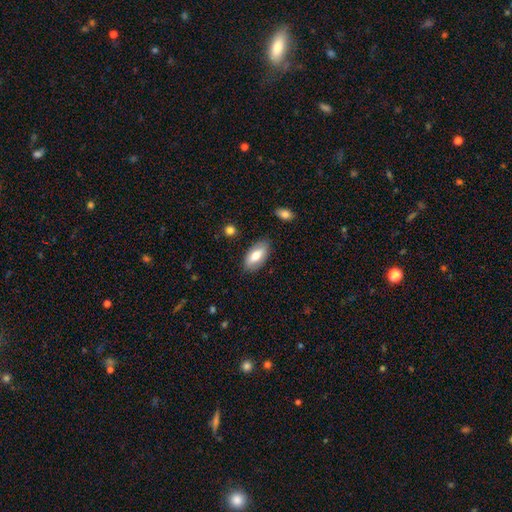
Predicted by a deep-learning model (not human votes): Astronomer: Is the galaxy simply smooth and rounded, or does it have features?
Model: smooth — 70%.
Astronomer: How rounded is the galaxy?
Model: in between — 90%.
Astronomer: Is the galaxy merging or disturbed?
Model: none — 83%.